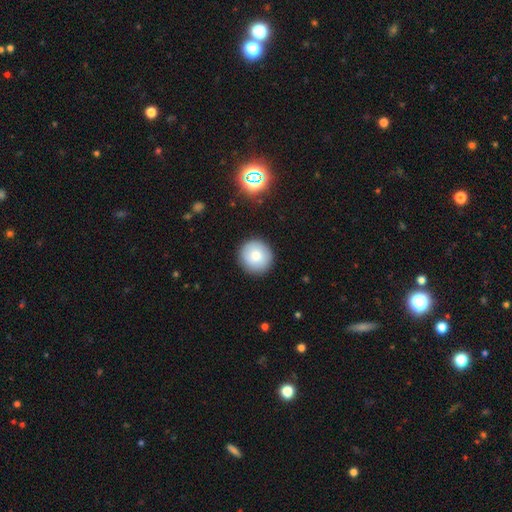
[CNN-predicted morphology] Q: Smooth or featured?
A: smooth (81%); runner-up: featured or disk (11%)
Q: How rounded?
A: round (94%); runner-up: in between (5%)
Q: Merging?
A: none (91%); runner-up: minor disturbance (6%)